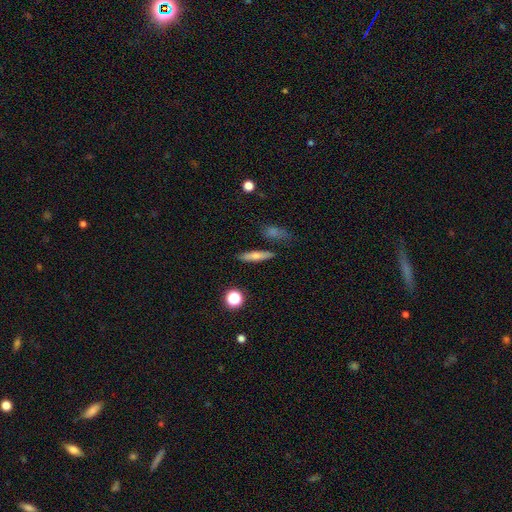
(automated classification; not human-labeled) Smooth or featured?
  - smooth: 66% *
  - featured or disk: 25%
  - star or artifact: 9%
How rounded?
  - cigar-shaped: 76% *
  - in between: 19%
  - round: 5%
Merging?
  - none: 83% *
  - minor disturbance: 10%
  - merger: 4%
  - major disturbance: 3%